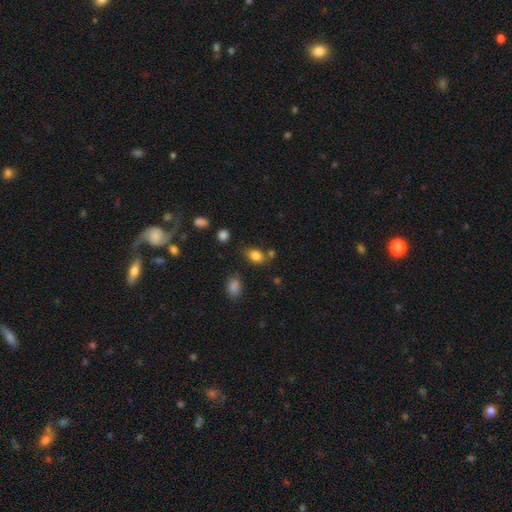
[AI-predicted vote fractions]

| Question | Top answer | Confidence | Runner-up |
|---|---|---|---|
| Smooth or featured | smooth | 82% | star or artifact (11%) |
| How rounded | in between | 75% | round (23%) |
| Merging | none | 65% | minor disturbance (18%) |